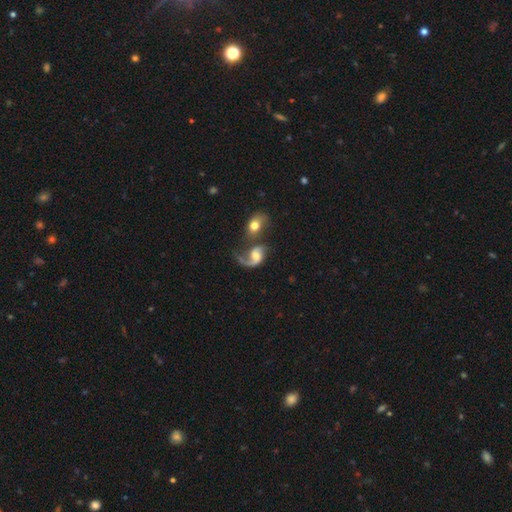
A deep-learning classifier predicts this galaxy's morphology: Q: Smooth or featured?
A: featured or disk (74%); runner-up: smooth (20%)
Q: Edge-on disk?
A: no (97%); runner-up: yes (3%)
Q: Bar?
A: no (56%); runner-up: weak (35%)
Q: Spiral arms?
A: yes (91%); runner-up: no (9%)
Q: Spiral winding?
A: loose (64%); runner-up: medium (29%)
Q: Spiral arm count?
A: 1 (57%); runner-up: 2 (38%)
Q: Bulge size?
A: moderate (51%); runner-up: small (21%)
Q: Merging?
A: merger (42%); runner-up: major disturbance (24%)